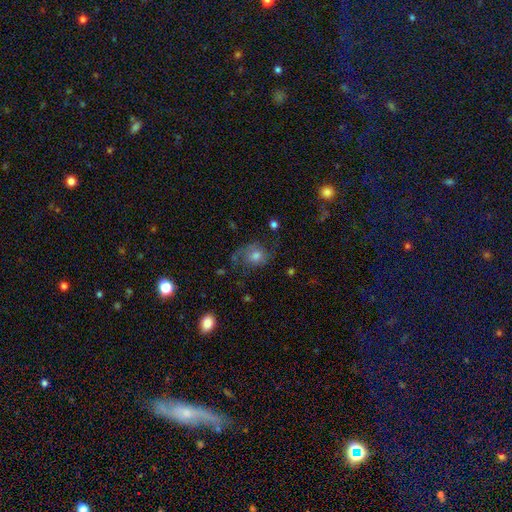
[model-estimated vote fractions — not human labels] Smooth or featured? Predicted: featured or disk (p=0.53). Edge-on disk? Predicted: no (p=0.96). Bar? Predicted: no (p=0.75). Spiral arms? Predicted: yes (p=0.86). Bulge size? Predicted: moderate (p=0.57). Merging? Predicted: none (p=0.58).